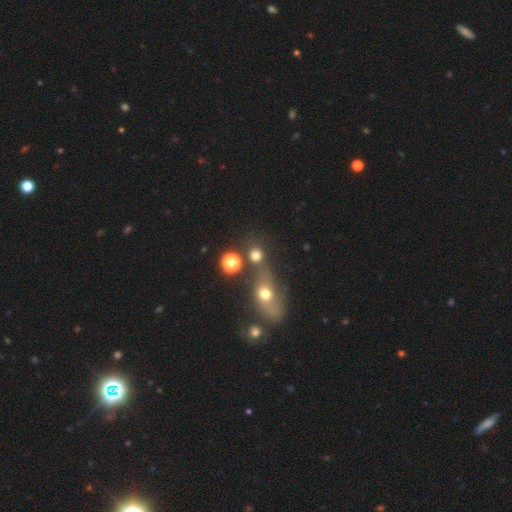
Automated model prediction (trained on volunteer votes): smooth-or-featured: smooth: 70% | star or artifact: 20% | featured or disk: 10%
  how-rounded: round: 83% | in between: 15% | cigar-shaped: 2%
  merging: none: 53% | merger: 32% | minor disturbance: 9% | major disturbance: 7%